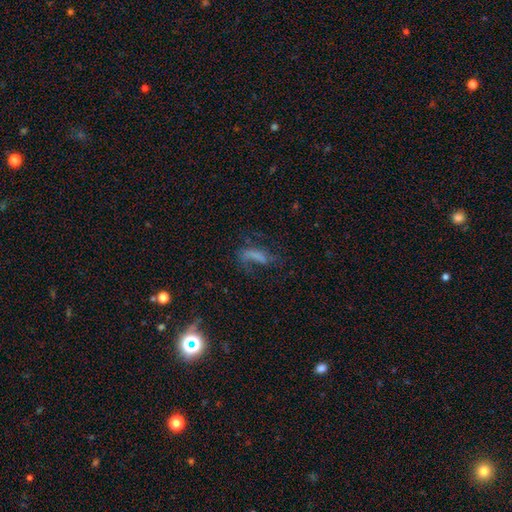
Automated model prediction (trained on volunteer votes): Smooth or featured?
  - smooth: 43% *
  - featured or disk: 39%
  - star or artifact: 18%
Merging?
  - major disturbance: 39% *
  - none: 37%
  - minor disturbance: 20%
  - merger: 4%